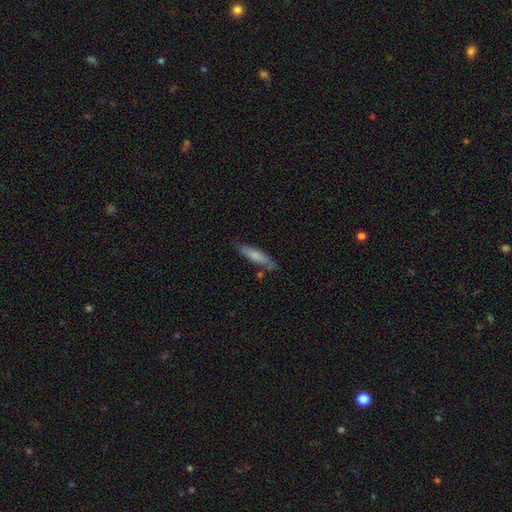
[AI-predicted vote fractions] Smooth or featured? Predicted: smooth (p=0.72). How rounded? Predicted: cigar-shaped (p=0.75). Merging? Predicted: none (p=0.71).